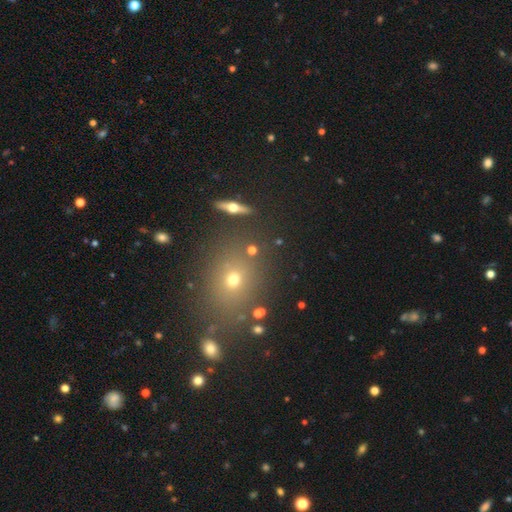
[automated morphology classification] Q: Smooth or featured?
A: smooth (48%); runner-up: star or artifact (40%)
Q: Merging?
A: none (81%); runner-up: minor disturbance (9%)